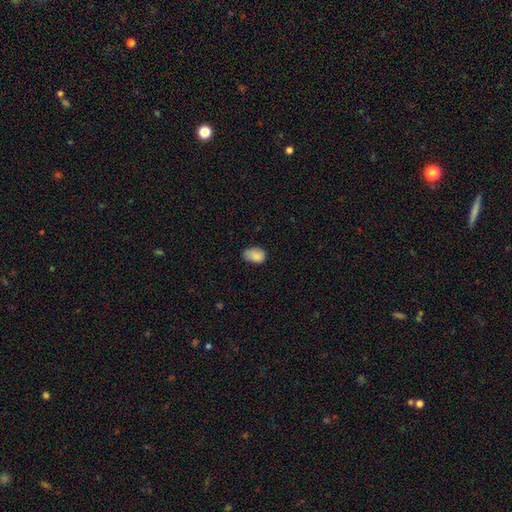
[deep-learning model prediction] A smooth galaxy with no disk features (85%) that is in between round and cigar-shaped (83%).

Vote fractions:
- Smooth or featured? smooth: 85% / star or artifact: 8% / featured or disk: 7%
- How rounded? in between: 83% / round: 16% / cigar-shaped: 1%
- Merging? none: 57% / minor disturbance: 34% / major disturbance: 7% / merger: 2%